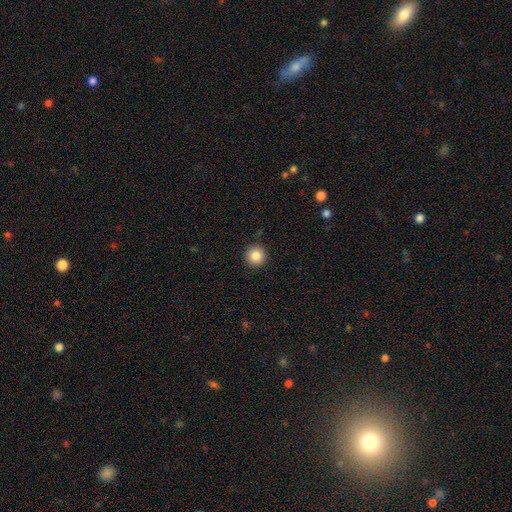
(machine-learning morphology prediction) smooth-or-featured: smooth: 85% | star or artifact: 10% | featured or disk: 5%
  how-rounded: round: 95% | in between: 4% | cigar-shaped: 1%
  merging: none: 91% | minor disturbance: 6% | major disturbance: 2% | merger: 1%